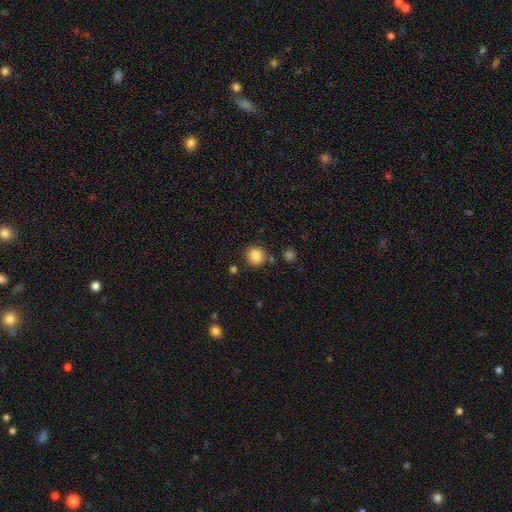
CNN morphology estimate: smooth 86%, star or artifact 10%, featured or disk 4%. Down the decision tree: how rounded — round (89%); merging — none (83%).